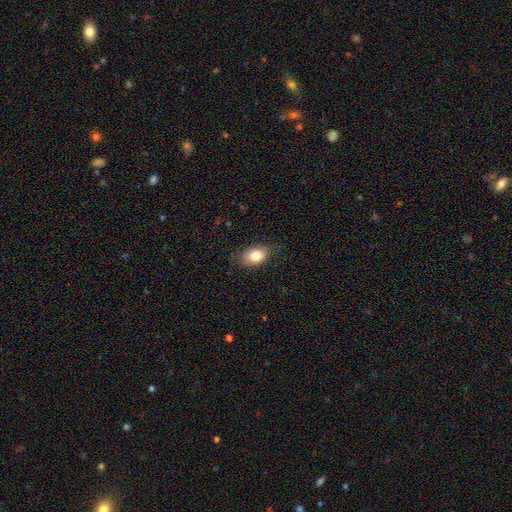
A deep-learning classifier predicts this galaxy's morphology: smooth-or-featured: smooth: 81% | featured or disk: 11% | star or artifact: 8%
  how-rounded: in between: 84% | round: 14% | cigar-shaped: 2%
  merging: none: 75% | minor disturbance: 19% | major disturbance: 4% | merger: 1%